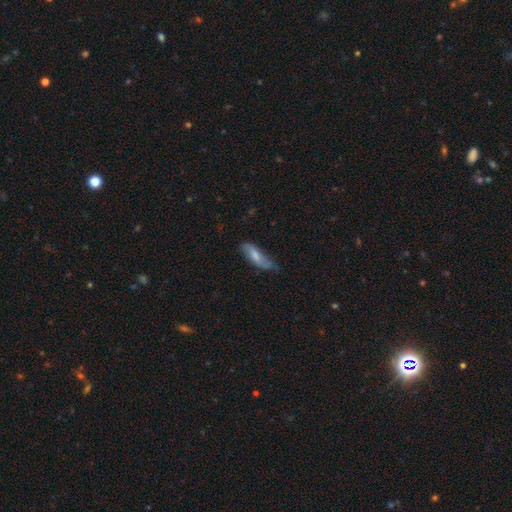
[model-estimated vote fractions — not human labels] A smooth galaxy with no disk features (70%) that is in between round and cigar-shaped (54%). Merging: none (51%).